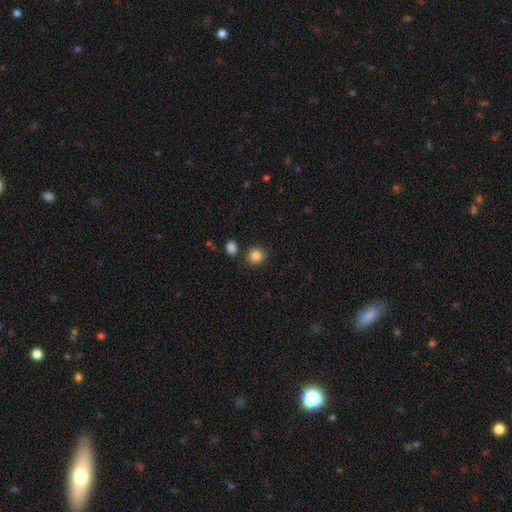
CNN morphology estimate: smooth-or-featured: smooth: 85% | star or artifact: 10% | featured or disk: 5%
  how-rounded: round: 81% | in between: 18% | cigar-shaped: 1%
  merging: none: 83% | minor disturbance: 9% | merger: 6% | major disturbance: 2%